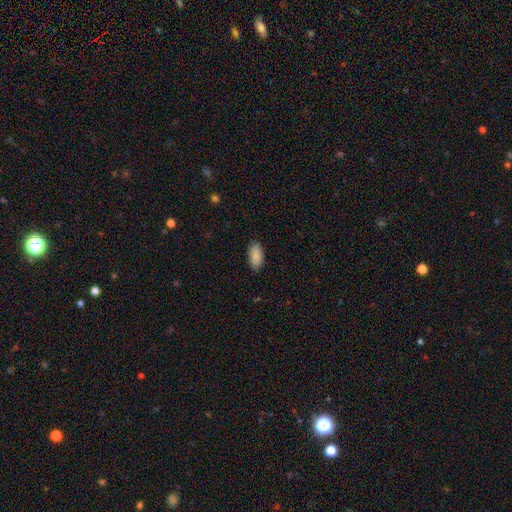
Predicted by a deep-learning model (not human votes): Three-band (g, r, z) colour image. It shows a smooth galaxy with no disk features (90%) that is in between round and cigar-shaped (93%). Merging: none (89%).